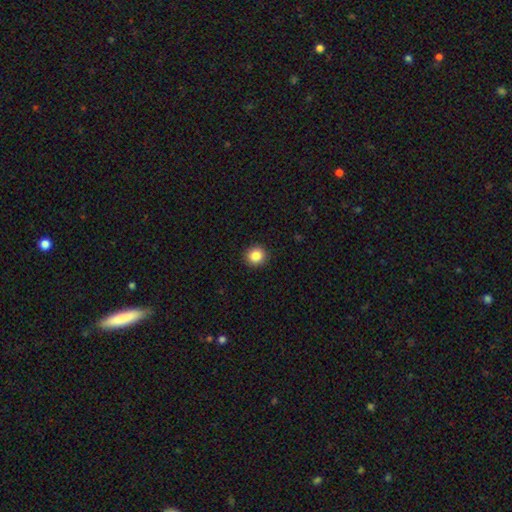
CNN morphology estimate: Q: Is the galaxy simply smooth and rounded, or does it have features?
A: smooth — 86%.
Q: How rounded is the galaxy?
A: round — 93%.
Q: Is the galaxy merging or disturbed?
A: none — 93%.